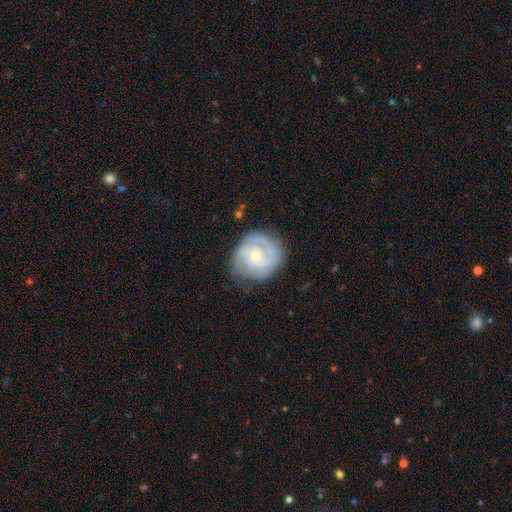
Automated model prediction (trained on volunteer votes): Q: Smooth or featured?
A: featured or disk (78%); runner-up: smooth (16%)
Q: Edge-on disk?
A: no (98%); runner-up: yes (2%)
Q: Bar?
A: no (73%); runner-up: weak (23%)
Q: Spiral arms?
A: yes (91%); runner-up: no (9%)
Q: Spiral winding?
A: tight (55%); runner-up: medium (34%)
Q: Spiral arm count?
A: can't tell (30%); runner-up: 3 (26%)
Q: Bulge size?
A: small (62%); runner-up: moderate (35%)
Q: Merging?
A: none (74%); runner-up: minor disturbance (18%)